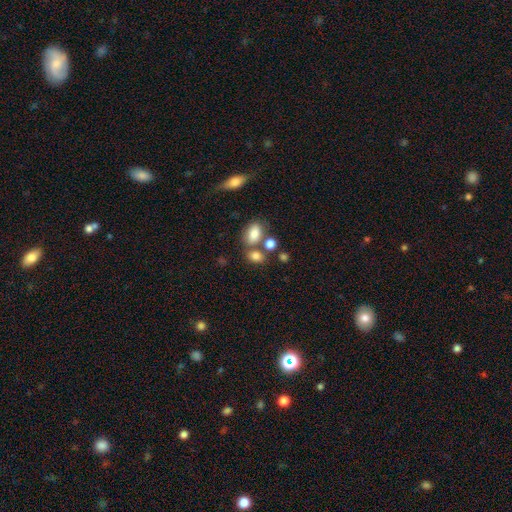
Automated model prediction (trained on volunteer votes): A smooth galaxy with no disk features (79%) that is in between round and cigar-shaped (69%).

Vote fractions:
- Smooth or featured? smooth: 79% / star or artifact: 12% / featured or disk: 9%
- How rounded? in between: 69% / round: 30% / cigar-shaped: 2%
- Merging? none: 54% / merger: 29% / minor disturbance: 12% / major disturbance: 5%